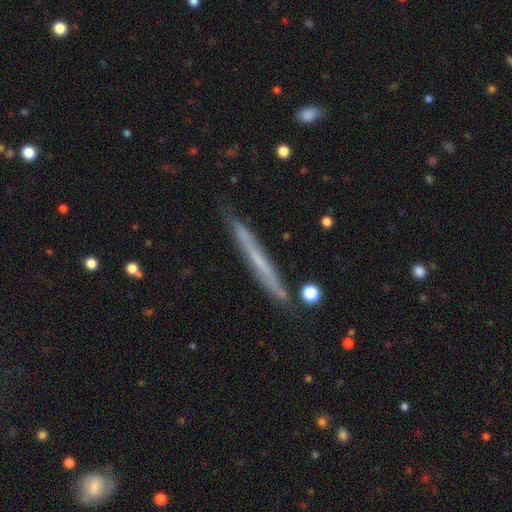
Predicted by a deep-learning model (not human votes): smooth_or_featured: featured or disk (p=0.50) [alt: smooth p=0.39]
merging: none (p=0.85) [alt: minor disturbance p=0.11]